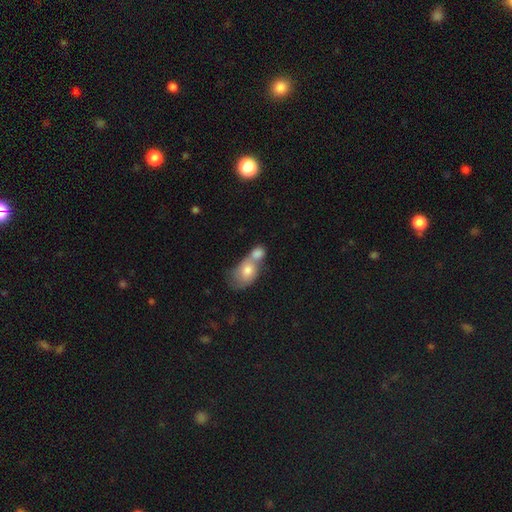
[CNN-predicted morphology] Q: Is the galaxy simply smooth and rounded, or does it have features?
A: smooth — 75%.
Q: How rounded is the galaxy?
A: in between — 65%.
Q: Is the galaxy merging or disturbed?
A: merger — 73%.